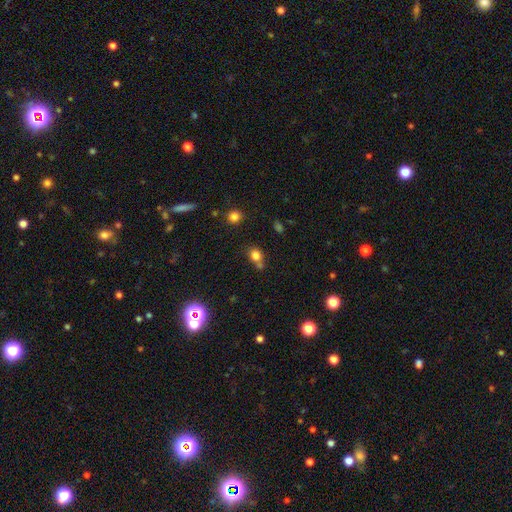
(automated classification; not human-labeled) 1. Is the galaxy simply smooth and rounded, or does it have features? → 78% smooth, 14% star or artifact, 8% featured or disk.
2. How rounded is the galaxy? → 67% round, 32% in between, 1% cigar-shaped.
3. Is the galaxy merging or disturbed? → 52% none, 29% merger, 14% minor disturbance, 5% major disturbance.